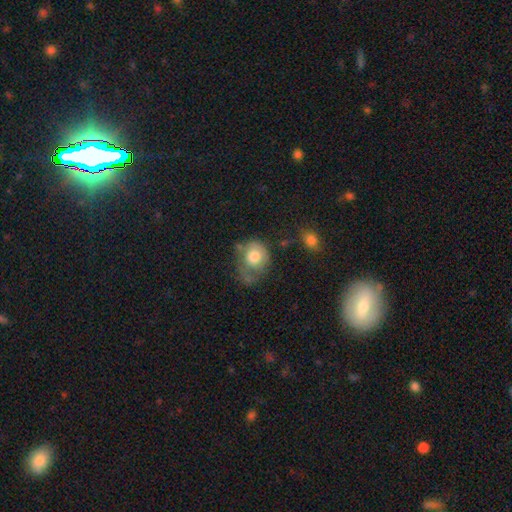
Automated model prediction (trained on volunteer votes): smooth-or-featured: smooth: 67% | featured or disk: 24% | star or artifact: 9%
  how-rounded: round: 57% | in between: 42% | cigar-shaped: 1%
  merging: none: 40% | minor disturbance: 31% | major disturbance: 22% | merger: 8%